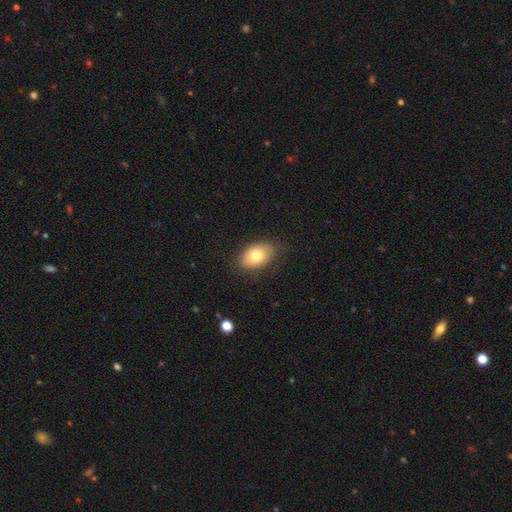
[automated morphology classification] Smooth or featured? Predicted: smooth (p=0.76). How rounded? Predicted: in between (p=0.86). Merging? Predicted: none (p=0.81).